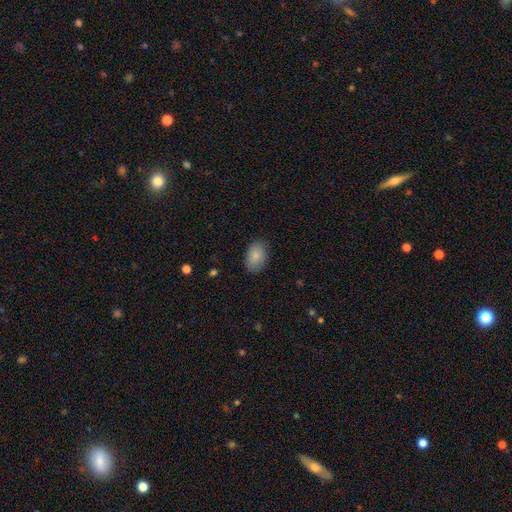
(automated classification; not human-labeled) Smooth or featured? smooth (86%)
How rounded? in between (87%)
Merging? none (82%)